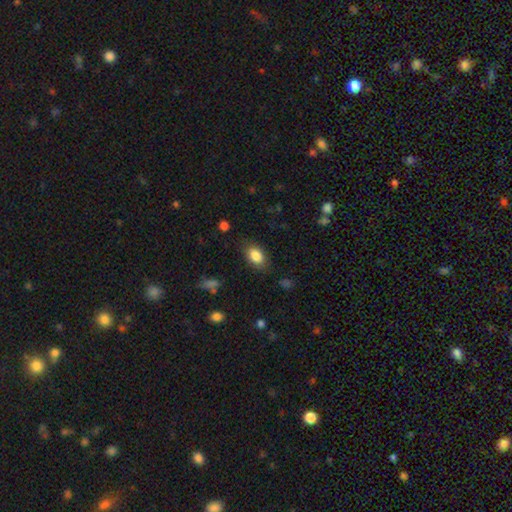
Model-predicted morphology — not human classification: The model was most divided on "merging": none: 80%, minor disturbance: 14%, major disturbance: 4%, merger: 1%. More confident: how rounded — in between (88%); smooth or featured — smooth (85%).